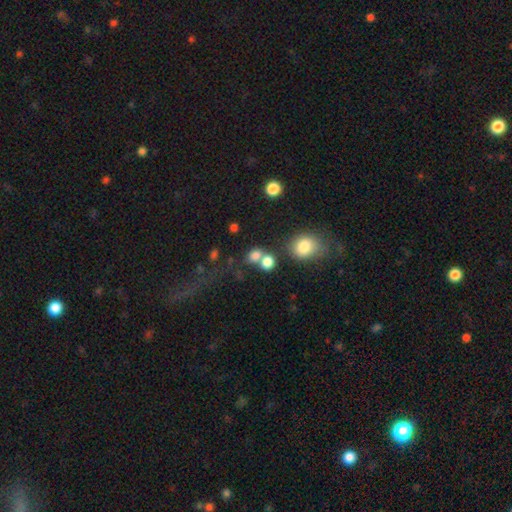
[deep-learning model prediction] Smooth or featured?
  - smooth: 78% *
  - star or artifact: 13%
  - featured or disk: 8%
How rounded?
  - round: 55% *
  - in between: 44%
  - cigar-shaped: 2%
Merging?
  - merger: 44% *
  - none: 40%
  - minor disturbance: 10%
  - major disturbance: 6%